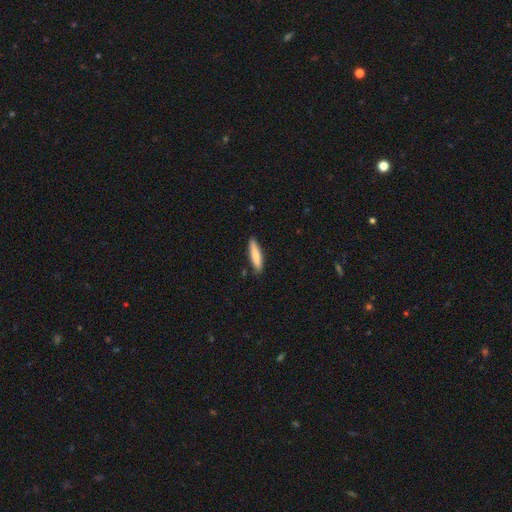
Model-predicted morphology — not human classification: This appears to be a smooth galaxy with no disk features (81%) that is cigar-shaped (82%). Merging: none (86%).